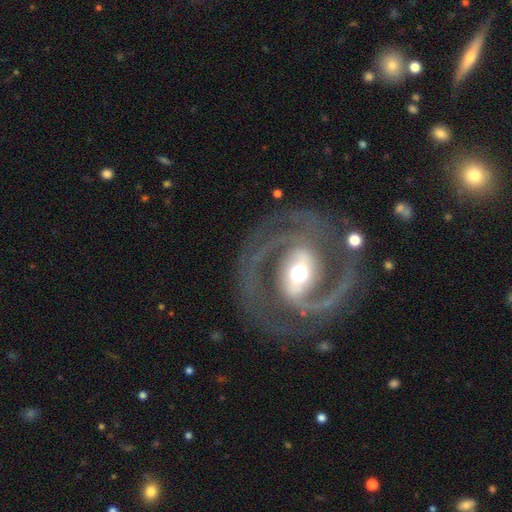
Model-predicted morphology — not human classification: Smooth or featured? featured or disk (90%)
Edge-on disk? no (97%)
Bar? strong (49%)
Spiral arms? yes (97%)
Spiral winding? medium (51%)
Spiral arm count? 2 (89%)
Bulge size? moderate (59%)
Merging? none (78%)